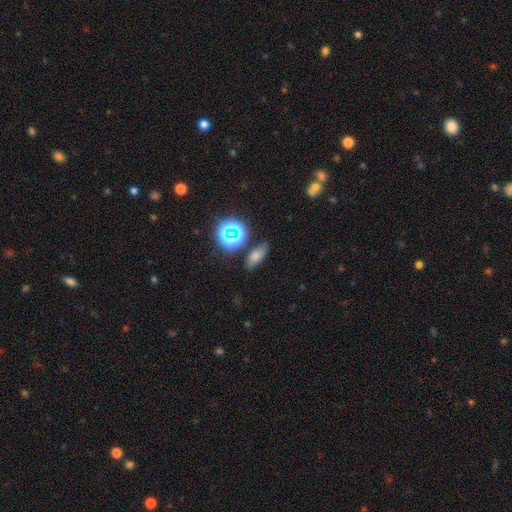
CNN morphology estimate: Q: Smooth or featured?
A: smooth (65%); runner-up: star or artifact (22%)
Q: How rounded?
A: in between (74%); runner-up: cigar-shaped (14%)
Q: Merging?
A: none (76%); runner-up: minor disturbance (15%)